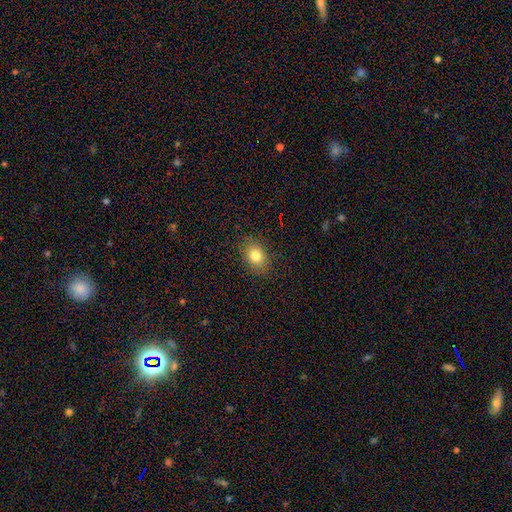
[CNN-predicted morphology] smooth 80%, star or artifact 10%, featured or disk 9%. Down the decision tree: how rounded — in between (67%); merging — none (86%).